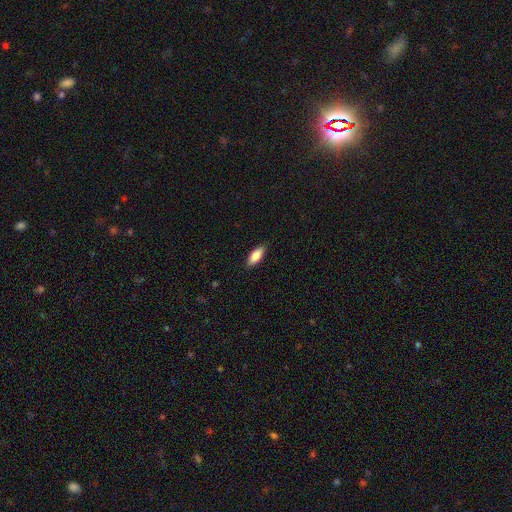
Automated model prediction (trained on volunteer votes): Q: Smooth or featured?
A: smooth (86%); runner-up: featured or disk (8%)
Q: How rounded?
A: in between (77%); runner-up: cigar-shaped (21%)
Q: Merging?
A: none (88%); runner-up: minor disturbance (10%)